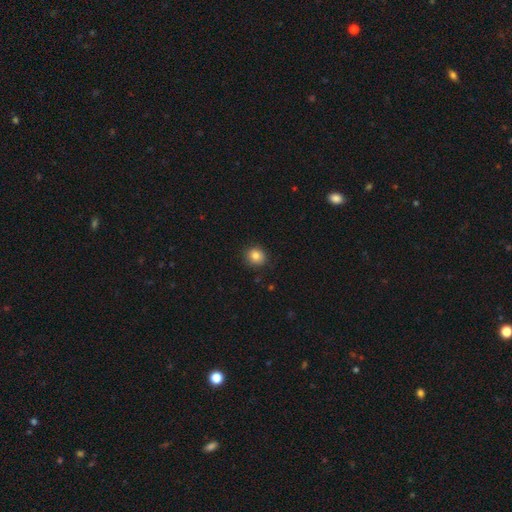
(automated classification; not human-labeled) This appears to be a smooth galaxy with no disk features (84%) that is round (85%). Merging: none (88%).